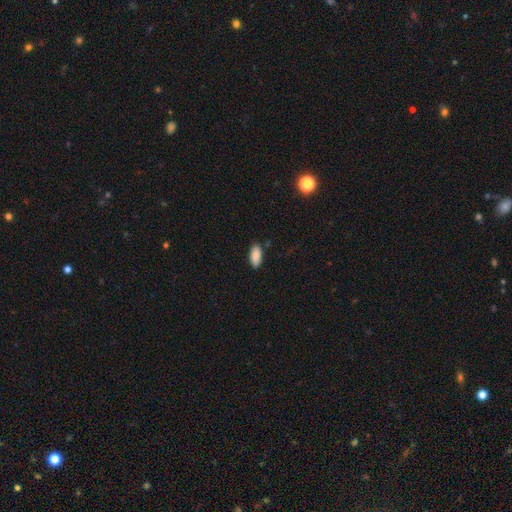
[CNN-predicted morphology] The model was most divided on "merging": none: 86%, minor disturbance: 10%, major disturbance: 2%, merger: 1%. More confident: how rounded — in between (88%); smooth or featured — smooth (88%).